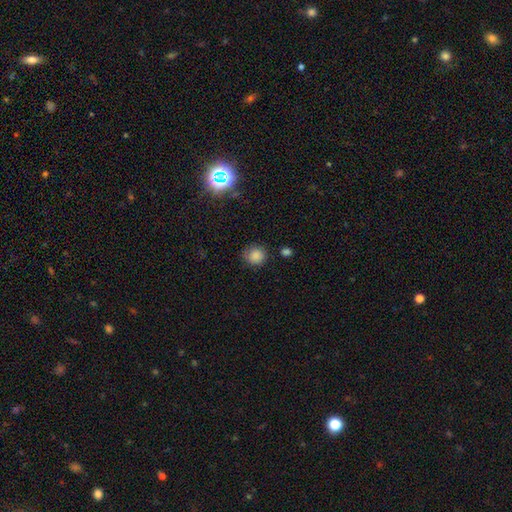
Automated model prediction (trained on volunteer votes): Smooth or featured? Predicted: smooth (p=0.83). How rounded? Predicted: round (p=0.88). Merging? Predicted: none (p=0.77).